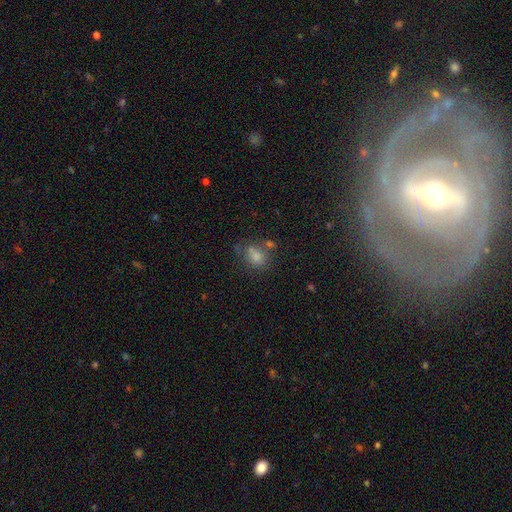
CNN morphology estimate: This is likely a smooth galaxy (64%). How rounded: possibly in between (55%). Merging: possibly none (58%).